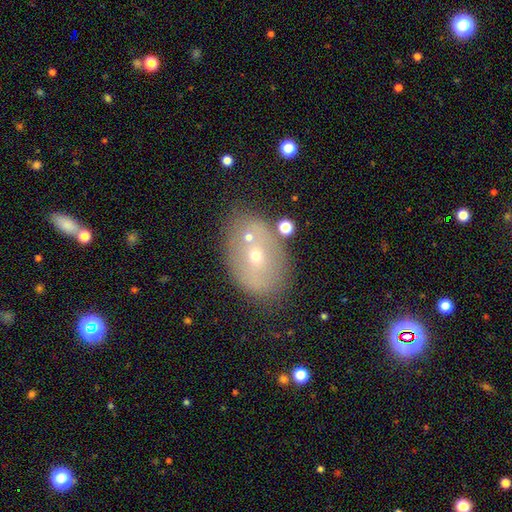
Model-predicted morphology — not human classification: This is marginally a smooth galaxy (43%). Merging: likely none (67%).